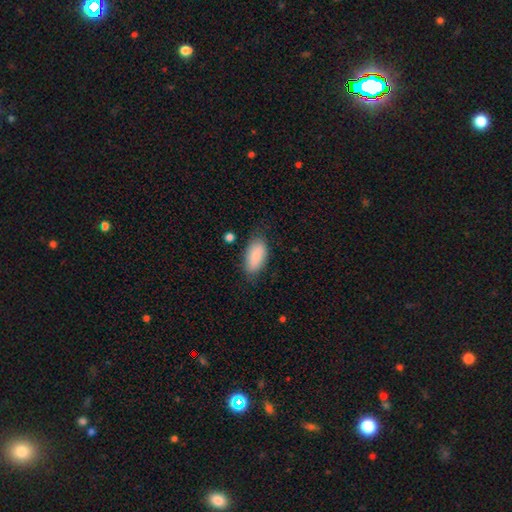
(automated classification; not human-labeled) smooth_or_featured: smooth (p=0.86) [alt: featured or disk p=0.07]
how_rounded: in between (p=0.93) [alt: cigar-shaped p=0.04]
merging: none (p=0.74) [alt: minor disturbance p=0.19]